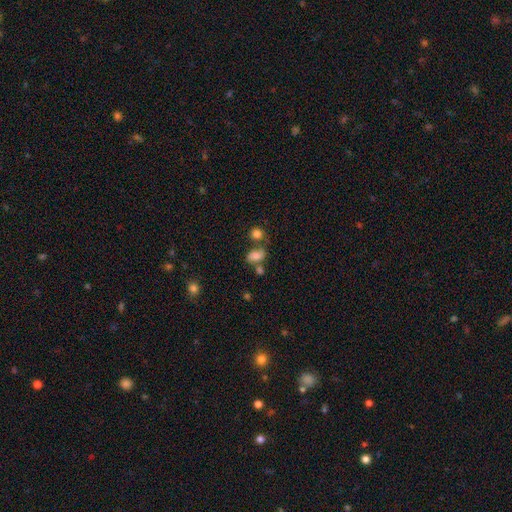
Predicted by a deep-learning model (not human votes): Q: Smooth or featured?
A: smooth (71%); runner-up: featured or disk (16%)
Q: How rounded?
A: in between (81%); runner-up: round (17%)
Q: Merging?
A: none (45%); runner-up: merger (27%)